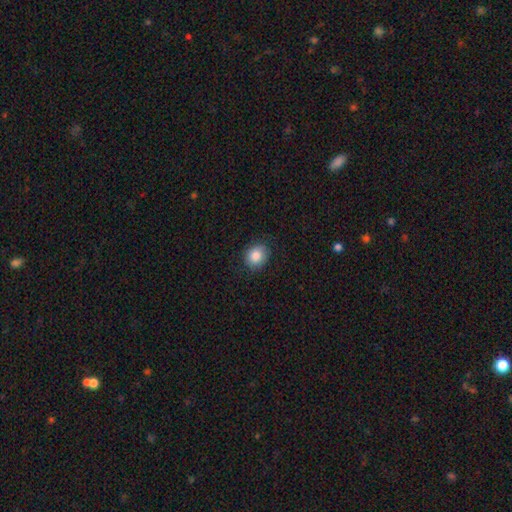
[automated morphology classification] type=smooth (85%); roundness=round (60%); merging=none (85%).